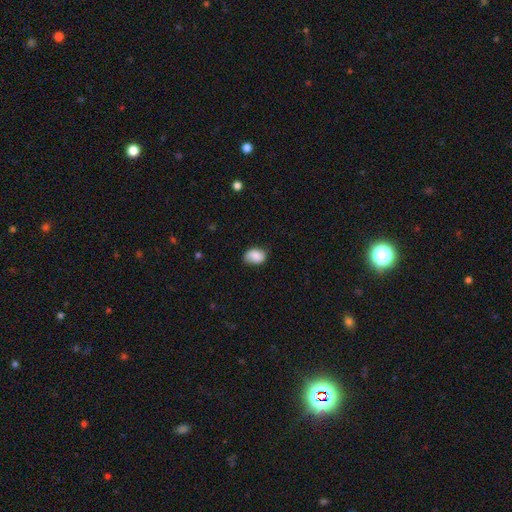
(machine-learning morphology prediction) smooth-or-featured: smooth: 80% | featured or disk: 12% | star or artifact: 8%
  how-rounded: in between: 75% | round: 24% | cigar-shaped: 1%
  merging: none: 70% | minor disturbance: 24% | major disturbance: 5% | merger: 1%